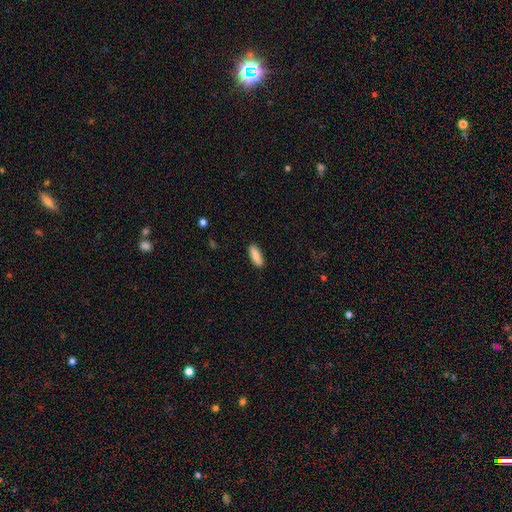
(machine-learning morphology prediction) Smooth or featured: smooth — 88% (featured or disk — 6%)
How rounded: in between — 60% (cigar-shaped — 38%)
Merging: none — 89% (minor disturbance — 8%)